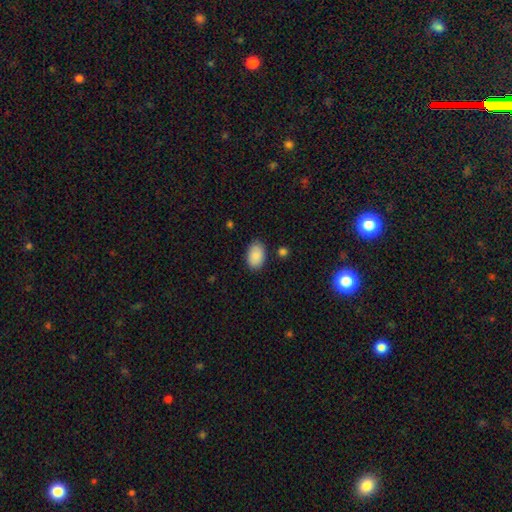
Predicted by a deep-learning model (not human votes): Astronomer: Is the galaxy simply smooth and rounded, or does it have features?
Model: smooth — 89%.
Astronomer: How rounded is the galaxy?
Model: in between — 90%.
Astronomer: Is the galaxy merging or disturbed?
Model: none — 84%.